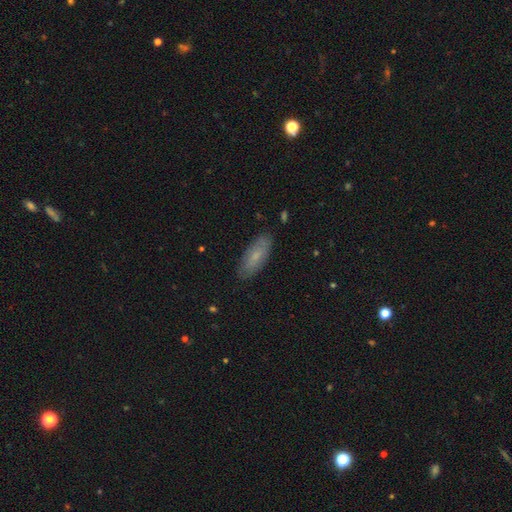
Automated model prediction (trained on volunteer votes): Smooth or featured? smooth (65%)
How rounded? in between (69%)
Merging? none (85%)